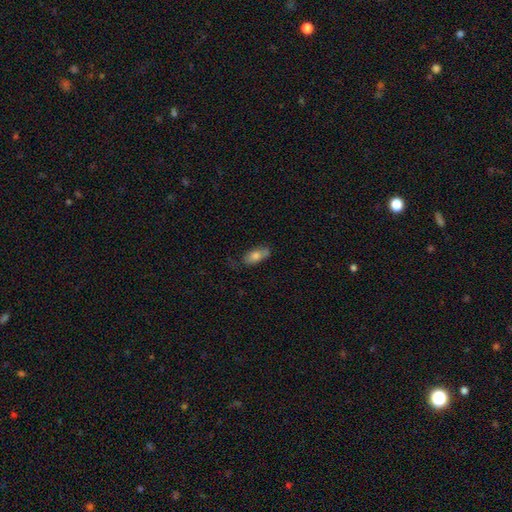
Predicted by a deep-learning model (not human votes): smooth_or_featured: smooth (p=0.73) [alt: featured or disk p=0.20]
how_rounded: in between (p=0.78) [alt: cigar-shaped p=0.19]
merging: none (p=0.60) [alt: minor disturbance p=0.28]